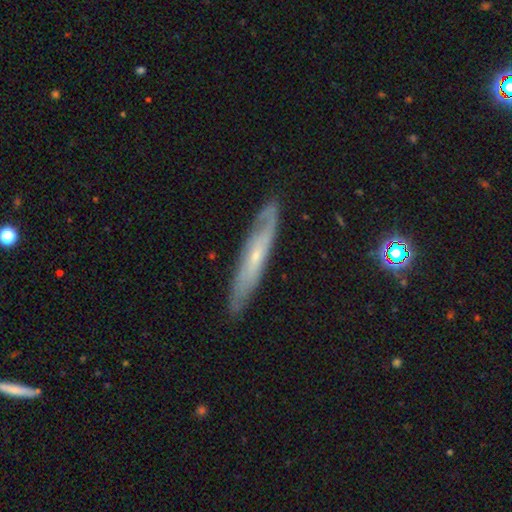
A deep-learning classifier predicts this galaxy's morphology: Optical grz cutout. It shows a featured or disk galaxy (67%) viewed edge-on (59%). Merging: none (81%).